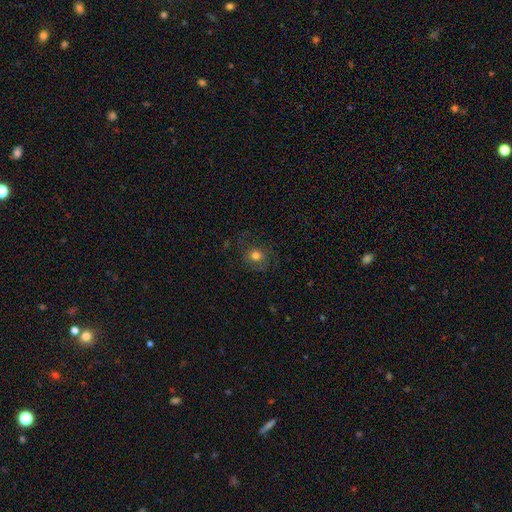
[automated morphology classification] This appears to be a smooth galaxy with no disk features (72%) that is round (79%). Merging: none (74%).